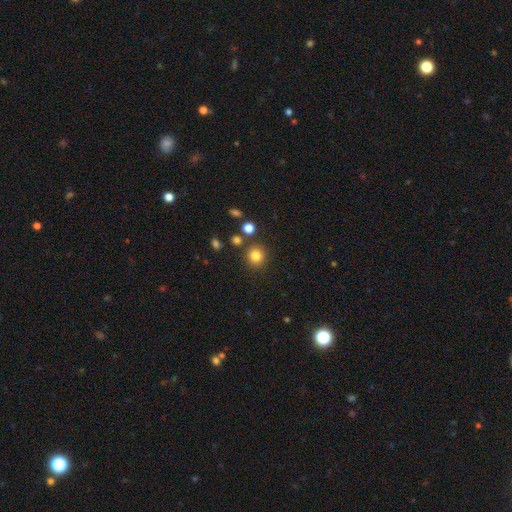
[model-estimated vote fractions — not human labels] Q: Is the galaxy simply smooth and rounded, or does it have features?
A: smooth — 83%.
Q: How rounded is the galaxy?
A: round — 89%.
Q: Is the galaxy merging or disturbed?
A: none — 84%.